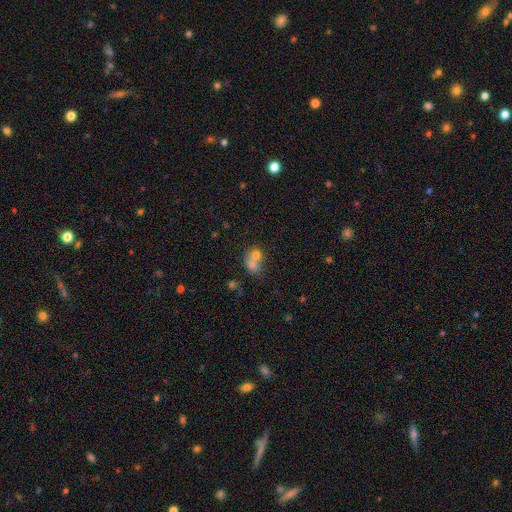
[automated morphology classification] A smooth galaxy with no disk features (68%) that is round (63%). Merging: merger (71%).